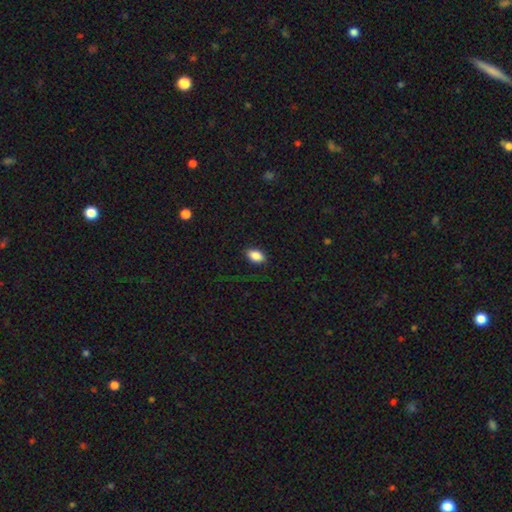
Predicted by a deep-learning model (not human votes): A smooth galaxy with no disk features (87%) that is in between round and cigar-shaped (90%).

Vote fractions:
- Smooth or featured? smooth: 87% / star or artifact: 8% / featured or disk: 5%
- How rounded? in between: 90% / round: 8% / cigar-shaped: 2%
- Merging? none: 85% / minor disturbance: 11% / major disturbance: 3% / merger: 1%